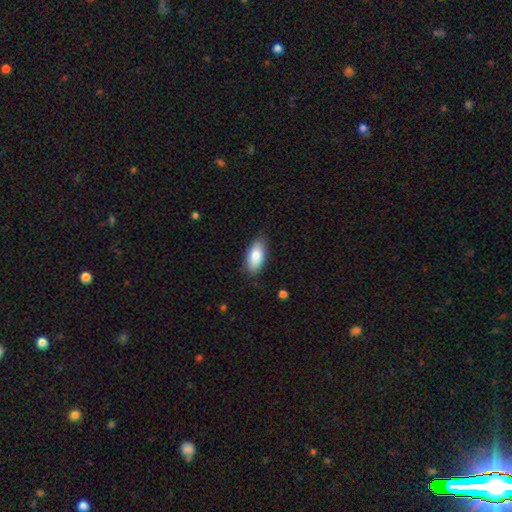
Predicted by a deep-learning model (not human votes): A smooth galaxy with no disk features (83%) that is in between round and cigar-shaped (90%).

Vote fractions:
- Smooth or featured? smooth: 83% / featured or disk: 11% / star or artifact: 6%
- How rounded? in between: 90% / cigar-shaped: 7% / round: 3%
- Merging? none: 84% / minor disturbance: 13% / major disturbance: 2% / merger: 1%